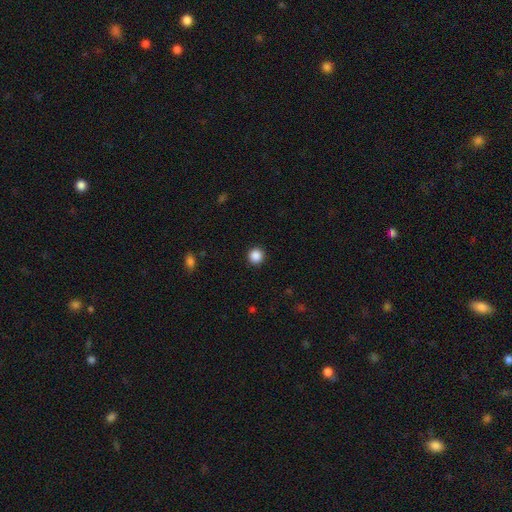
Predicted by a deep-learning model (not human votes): Morphology: type=smooth (87%); roundness=round (94%); merging=none (93%).